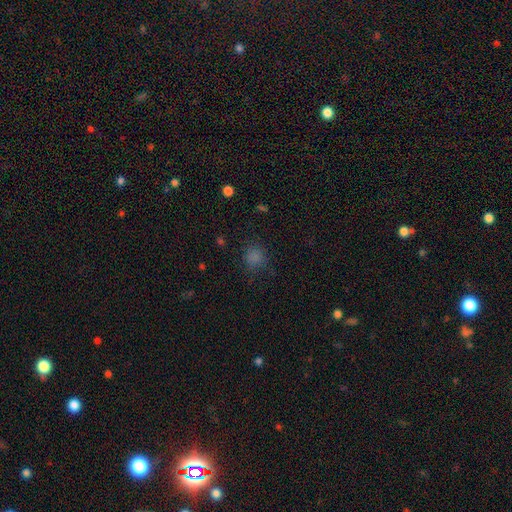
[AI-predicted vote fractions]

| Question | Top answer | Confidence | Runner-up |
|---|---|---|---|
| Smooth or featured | smooth | 72% | star or artifact (23%) |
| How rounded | round | 85% | in between (14%) |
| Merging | none | 82% | minor disturbance (11%) |